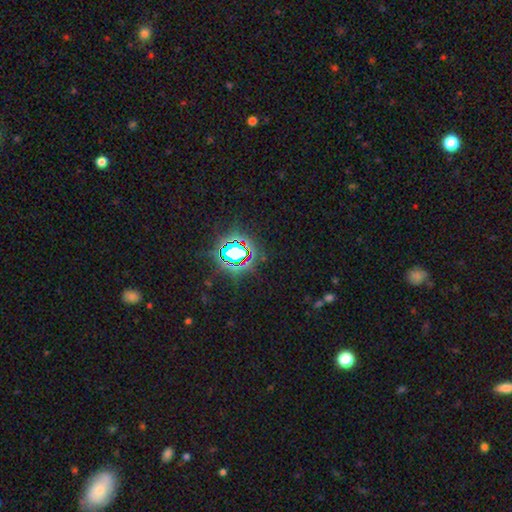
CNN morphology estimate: star or artifact 79%, smooth 13%, featured or disk 8%.